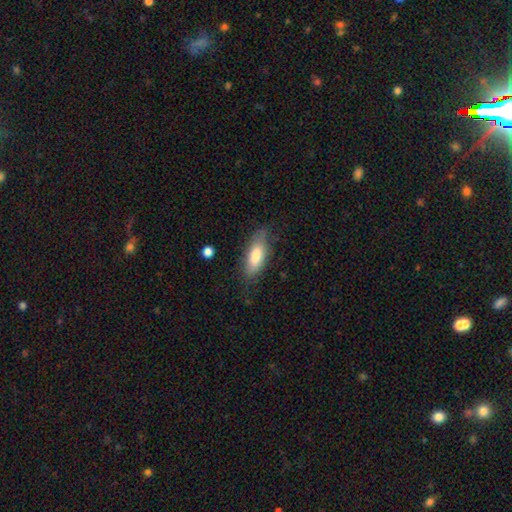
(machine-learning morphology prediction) Smooth or featured? smooth (75%)
How rounded? in between (71%)
Merging? none (73%)